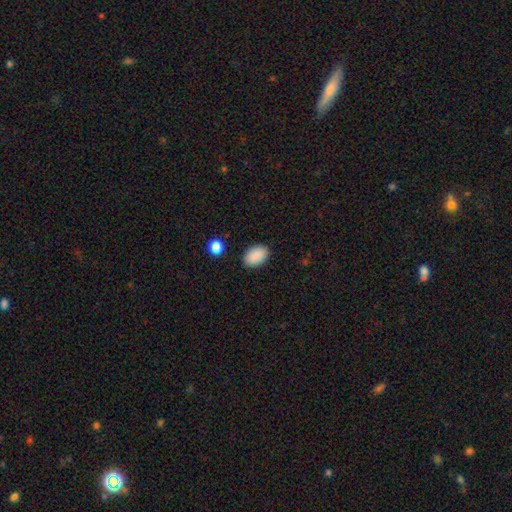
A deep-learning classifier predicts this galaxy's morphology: A smooth galaxy with no disk features (90%) that is in between round and cigar-shaped (88%).

Vote fractions:
- Smooth or featured? smooth: 90% / star or artifact: 7% / featured or disk: 3%
- How rounded? in between: 88% / round: 11% / cigar-shaped: 1%
- Merging? none: 88% / minor disturbance: 8% / major disturbance: 2% / merger: 1%